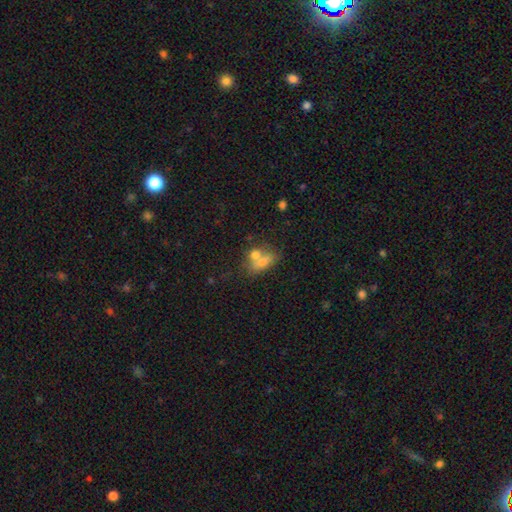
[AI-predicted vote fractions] Overall: smooth (61%; featured or disk 24%). How rounded: in between (63%; round 28%). Merging: merger (50%; none 34%).